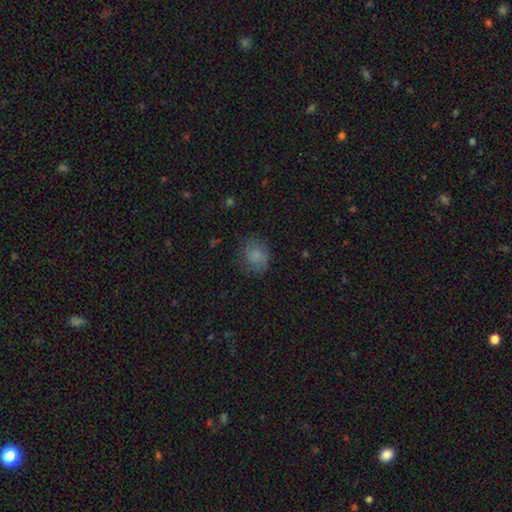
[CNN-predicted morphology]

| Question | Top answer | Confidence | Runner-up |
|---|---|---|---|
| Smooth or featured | smooth | 79% | featured or disk (11%) |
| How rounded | round | 64% | in between (35%) |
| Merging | none | 74% | minor disturbance (19%) |